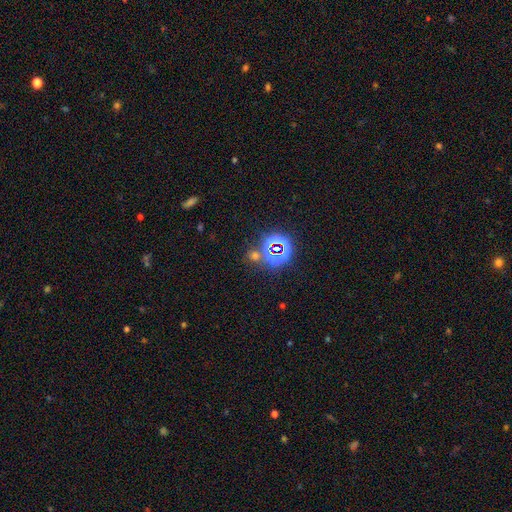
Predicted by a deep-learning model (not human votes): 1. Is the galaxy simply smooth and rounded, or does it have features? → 63% star or artifact, 30% smooth, 8% featured or disk.